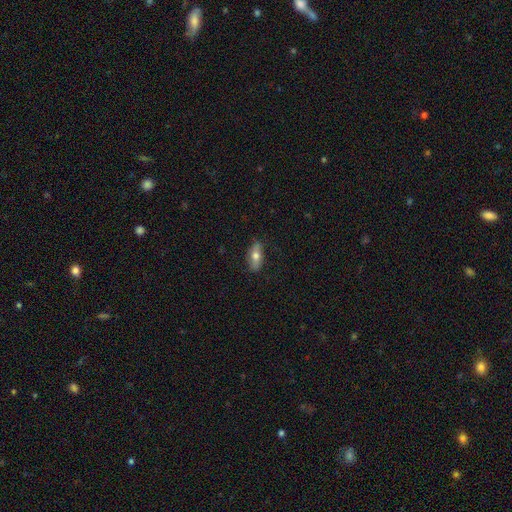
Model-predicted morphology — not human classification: The model was most divided on "smooth or featured": smooth: 65%, featured or disk: 28%, star or artifact: 7%. More confident: merging — none (82%); how rounded — in between (74%).